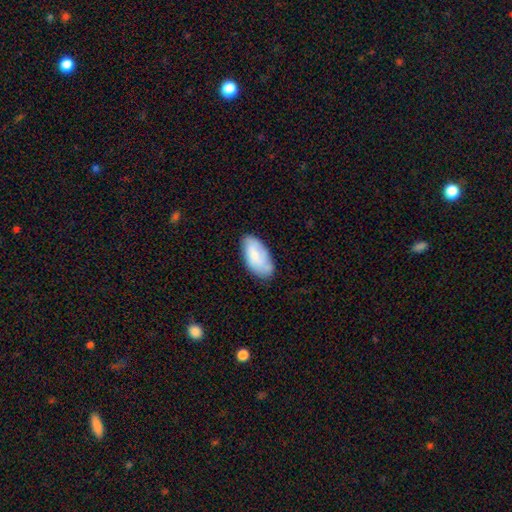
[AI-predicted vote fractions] smooth 72%, featured or disk 21%, star or artifact 6%. Down the decision tree: how rounded — in between (94%); merging — none (70%).